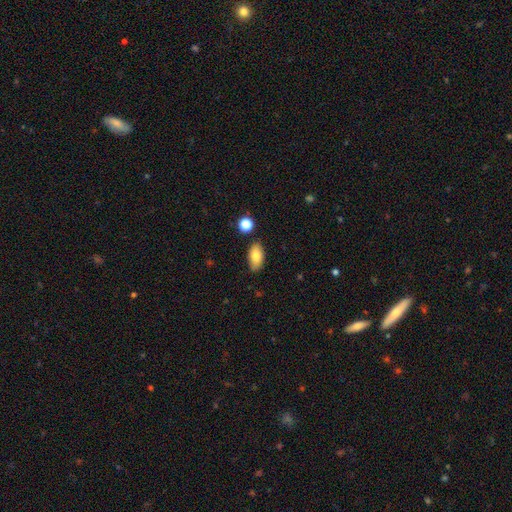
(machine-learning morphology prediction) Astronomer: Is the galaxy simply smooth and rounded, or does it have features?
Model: smooth — 81%.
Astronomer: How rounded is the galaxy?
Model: in between — 92%.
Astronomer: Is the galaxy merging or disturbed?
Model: none — 83%.